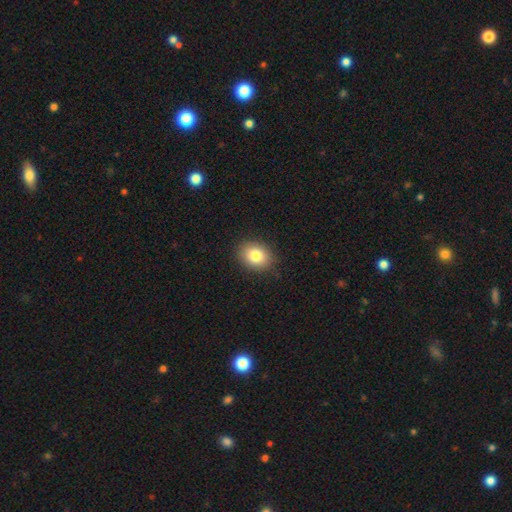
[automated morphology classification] smooth-or-featured: smooth: 82% | star or artifact: 10% | featured or disk: 8%
  how-rounded: round: 53% | in between: 47% | cigar-shaped: 1%
  merging: none: 89% | minor disturbance: 8% | major disturbance: 2% | merger: 1%